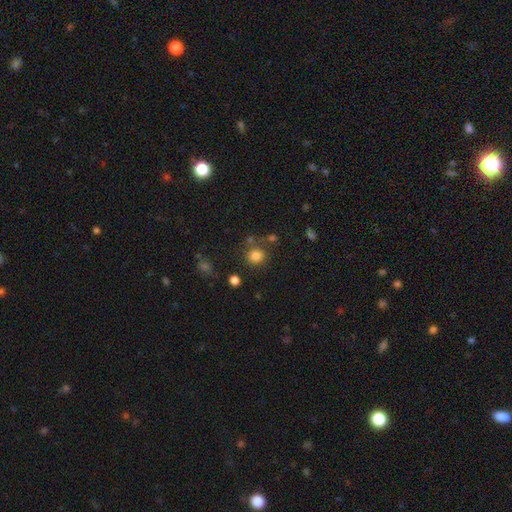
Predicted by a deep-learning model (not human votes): A smooth galaxy with no disk features (81%) that is round (86%). Merging: none (74%).